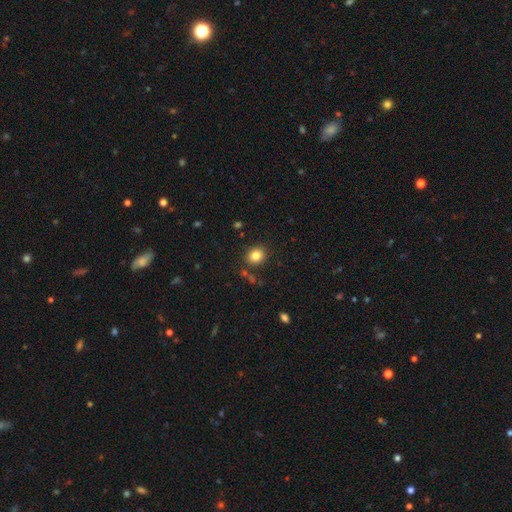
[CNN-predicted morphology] Smooth or featured?
  - smooth: 82% *
  - star or artifact: 11%
  - featured or disk: 6%
How rounded?
  - round: 73% *
  - in between: 26%
  - cigar-shaped: 1%
Merging?
  - none: 85% *
  - minor disturbance: 9%
  - merger: 4%
  - major disturbance: 3%